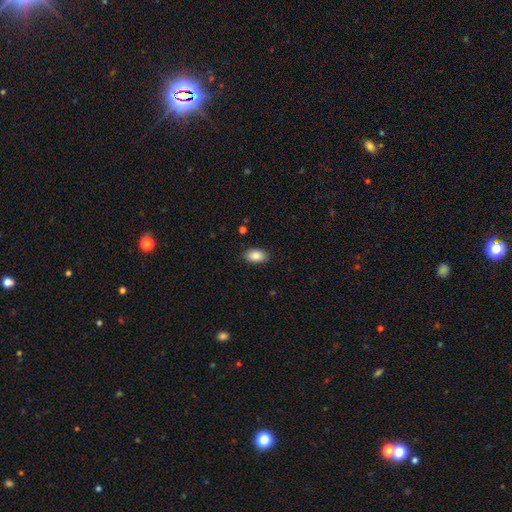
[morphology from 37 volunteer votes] Q: Smooth or featured?
A: smooth (97%); runner-up: star or artifact (3%)
Q: How rounded?
A: in between (94%); runner-up: round (6%)
Q: Merging?
A: none (100%)